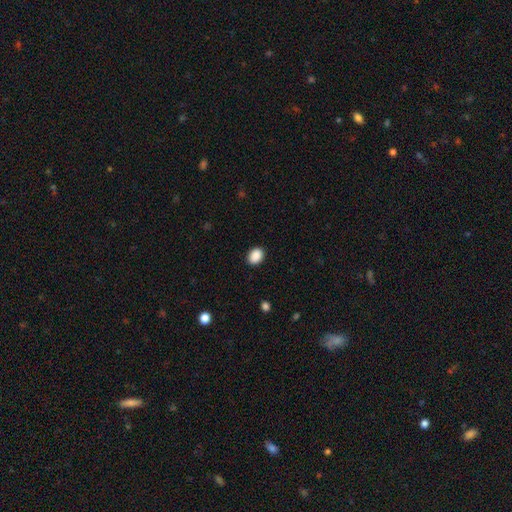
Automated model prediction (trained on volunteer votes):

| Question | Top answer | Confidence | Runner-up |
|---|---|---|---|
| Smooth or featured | smooth | 89% | star or artifact (8%) |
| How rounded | in between | 60% | round (39%) |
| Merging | none | 90% | minor disturbance (7%) |